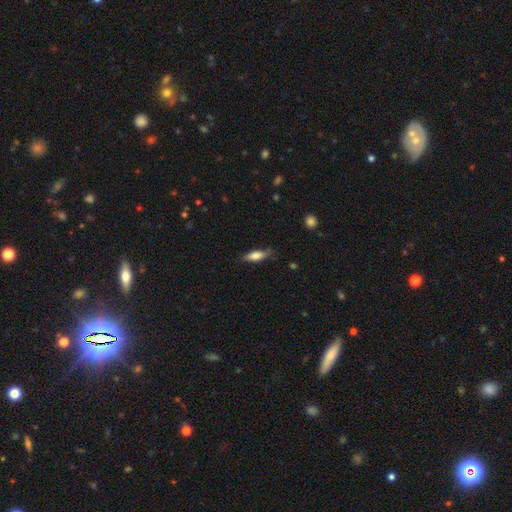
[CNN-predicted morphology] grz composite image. It shows a smooth galaxy with no disk features (71%) that is in between round and cigar-shaped (51%). Merging: none (75%).